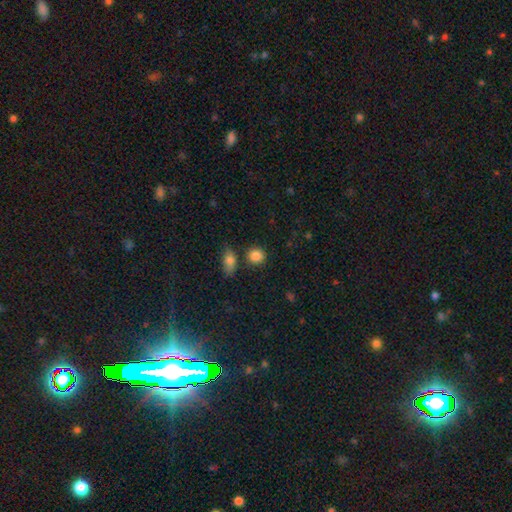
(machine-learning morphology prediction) smooth 86%, star or artifact 9%, featured or disk 5%. Down the decision tree: how rounded — round (79%); merging — none (77%).